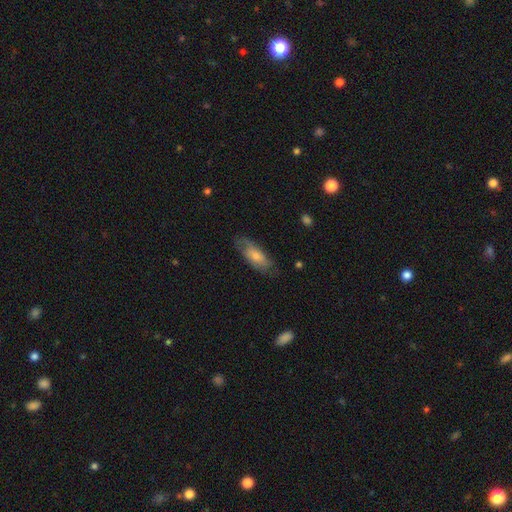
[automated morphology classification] Q: Smooth or featured?
A: smooth (55%); runner-up: featured or disk (38%)
Q: How rounded?
A: in between (71%); runner-up: cigar-shaped (27%)
Q: Merging?
A: none (71%); runner-up: minor disturbance (21%)